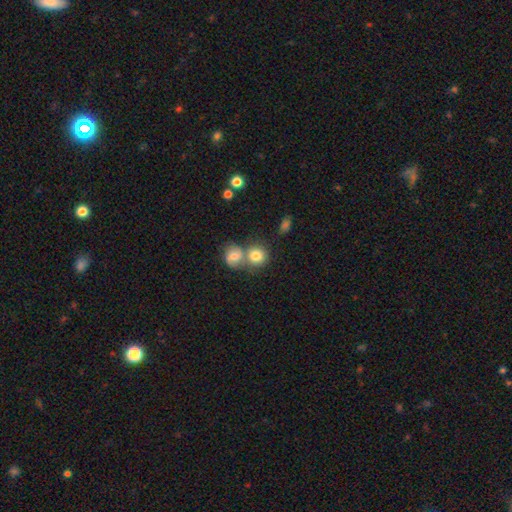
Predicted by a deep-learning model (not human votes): A smooth galaxy with no disk features (79%) that is round (83%).

Vote fractions:
- Smooth or featured? smooth: 79% / featured or disk: 13% / star or artifact: 8%
- How rounded? round: 83% / in between: 16% / cigar-shaped: 1%
- Merging? none: 44% (tied) / merger: 44% (tied) / minor disturbance: 8% / major disturbance: 3%